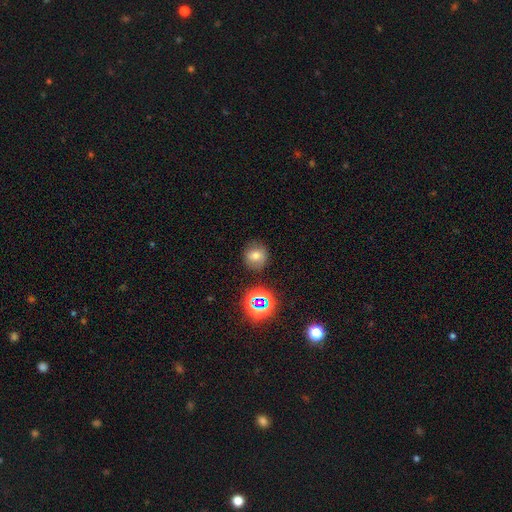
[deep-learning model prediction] smooth-or-featured: smooth: 66% | star or artifact: 19% | featured or disk: 14%
  how-rounded: round: 85% | in between: 14% | cigar-shaped: 1%
  merging: none: 82% | minor disturbance: 11% | major disturbance: 3% | merger: 3%